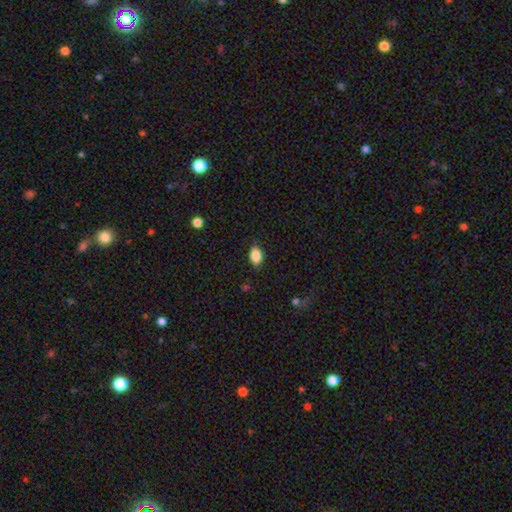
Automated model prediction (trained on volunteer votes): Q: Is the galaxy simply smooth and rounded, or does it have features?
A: smooth — 86%.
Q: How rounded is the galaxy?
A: in between — 86%.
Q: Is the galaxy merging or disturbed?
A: none — 82%.